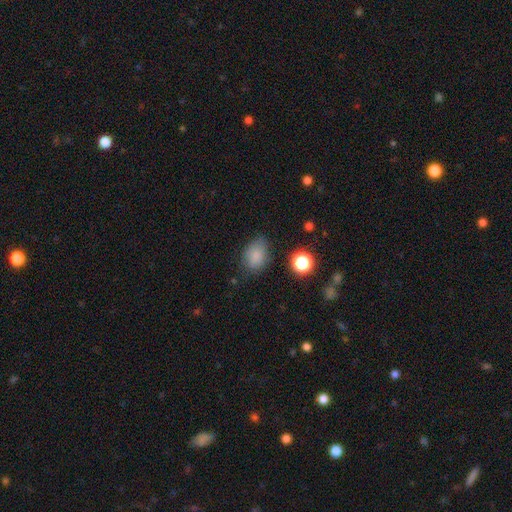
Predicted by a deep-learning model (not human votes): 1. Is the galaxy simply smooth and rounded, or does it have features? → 80% smooth, 12% star or artifact, 8% featured or disk.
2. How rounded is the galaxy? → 74% in between, 25% round, 1% cigar-shaped.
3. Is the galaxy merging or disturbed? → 65% none, 25% minor disturbance, 8% major disturbance, 3% merger.